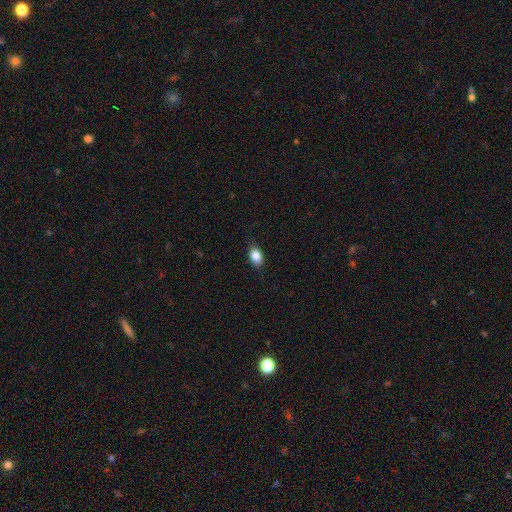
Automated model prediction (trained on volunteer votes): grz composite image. It shows a smooth galaxy with no disk features (86%) that is in between round and cigar-shaped (82%). Merging: none (82%).